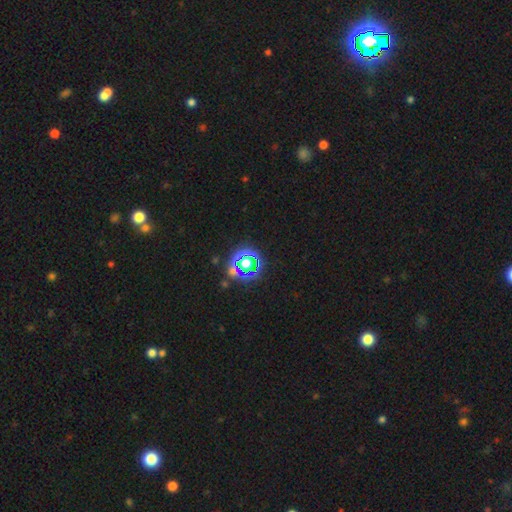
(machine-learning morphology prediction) Smooth or featured? star or artifact (61%)